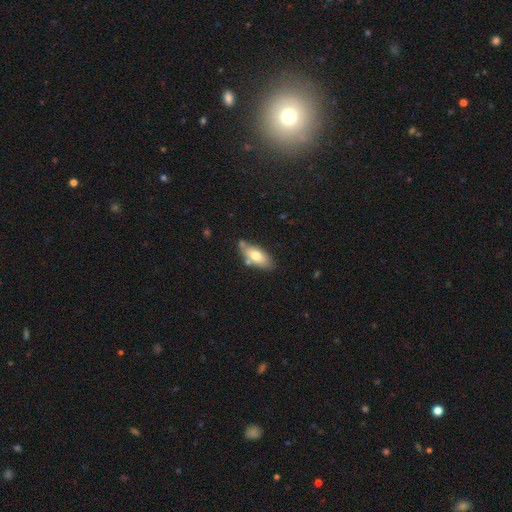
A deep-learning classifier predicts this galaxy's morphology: The model was most divided on "smooth or featured": smooth: 70%, featured or disk: 23%, star or artifact: 7%. More confident: how rounded — in between (85%); merging — none (69%).